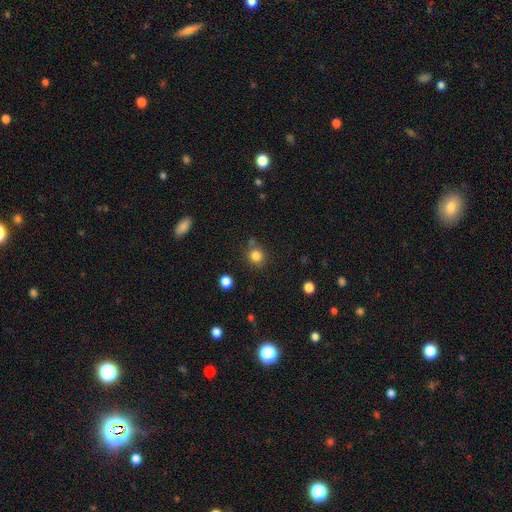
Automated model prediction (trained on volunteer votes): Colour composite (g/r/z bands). It shows a smooth galaxy with no disk features (82%) that is round (86%). Merging: none (75%).